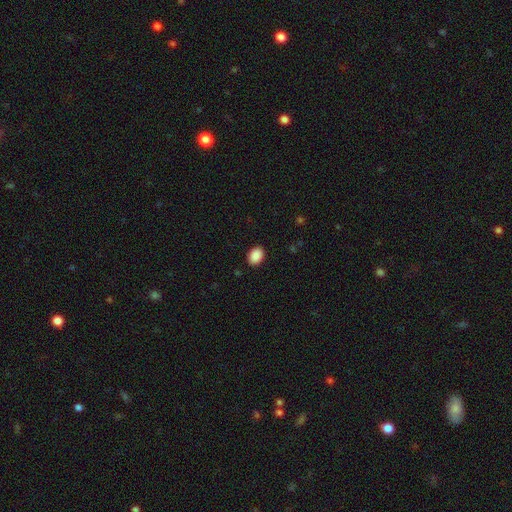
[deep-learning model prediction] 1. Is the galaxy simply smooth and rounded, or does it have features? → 90% smooth, 8% star or artifact, 2% featured or disk.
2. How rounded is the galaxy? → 72% in between, 27% round, 1% cigar-shaped.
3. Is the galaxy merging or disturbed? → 90% none, 7% minor disturbance, 2% major disturbance, 1% merger.